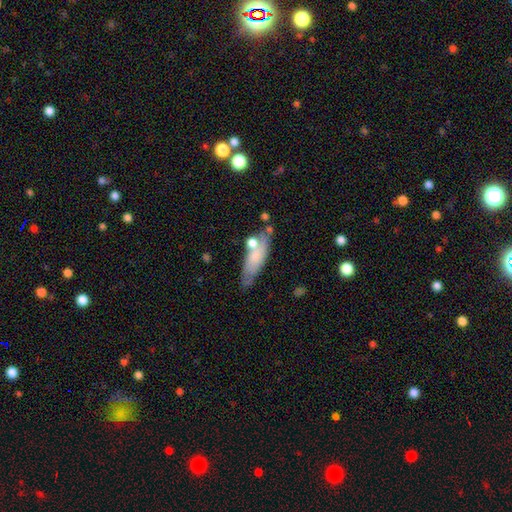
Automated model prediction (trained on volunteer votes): Smooth or featured?
  - smooth: 63% *
  - featured or disk: 30%
  - star or artifact: 7%
How rounded?
  - in between: 52% *
  - cigar-shaped: 44%
  - round: 4%
Merging?
  - none: 55% *
  - minor disturbance: 23%
  - merger: 13%
  - major disturbance: 8%